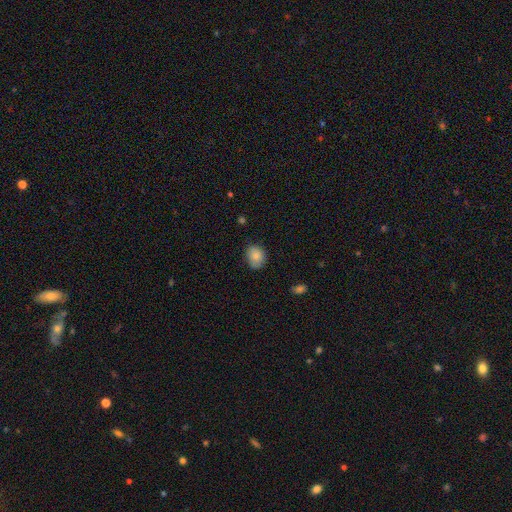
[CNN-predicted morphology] Smooth or featured? Predicted: smooth (p=0.85). How rounded? Predicted: in between (p=0.53). Merging? Predicted: none (p=0.75).